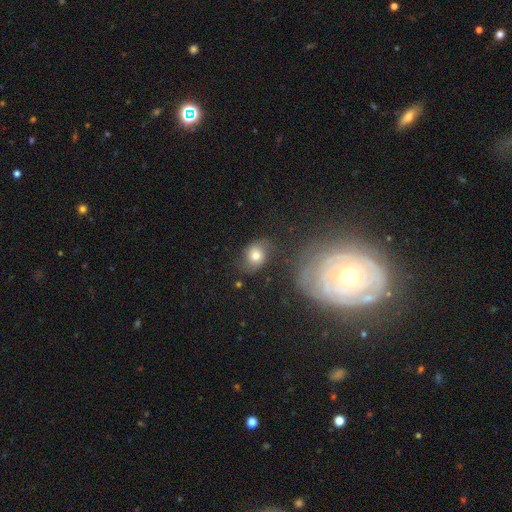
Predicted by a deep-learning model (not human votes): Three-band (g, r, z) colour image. It shows a smooth galaxy with no disk features (61%) that is round (56%). Merging: none (61%).